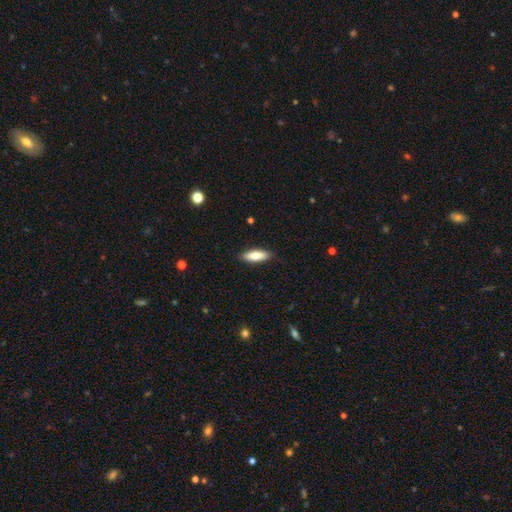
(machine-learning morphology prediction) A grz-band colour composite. It shows a smooth galaxy with no disk features (80%) that is in between round and cigar-shaped (58%). Merging: none (88%).